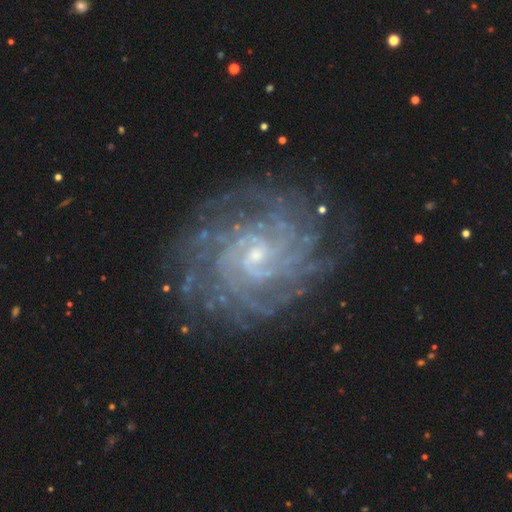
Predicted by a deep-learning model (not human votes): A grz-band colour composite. It shows a featured or disk galaxy (90%) with a weak bar (48%), tight (77%) spiral arms (98%) and a small central bulge (76%). Merging: none (82%).